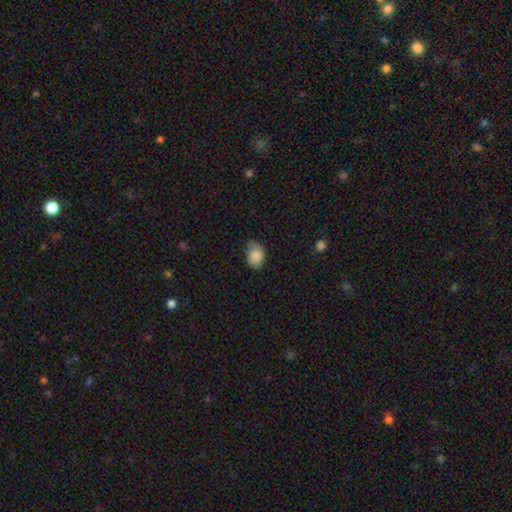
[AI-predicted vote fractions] smooth_or_featured: smooth (p=0.86) [alt: star or artifact p=0.07]
how_rounded: in between (p=0.77) [alt: round p=0.22]
merging: none (p=0.59) [alt: minor disturbance p=0.34]